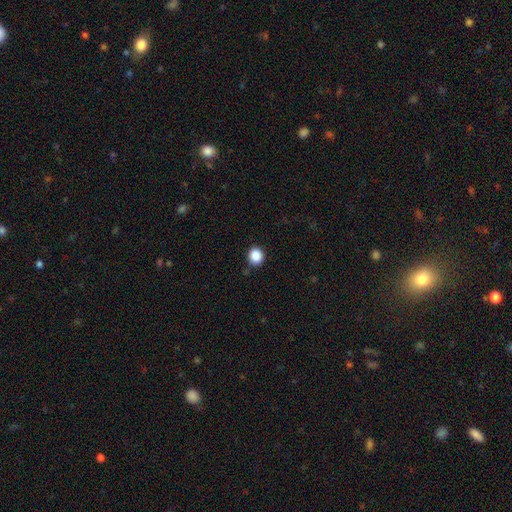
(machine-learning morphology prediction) Smooth or featured? Predicted: smooth (p=0.88). How rounded? Predicted: round (p=0.83). Merging? Predicted: none (p=0.88).